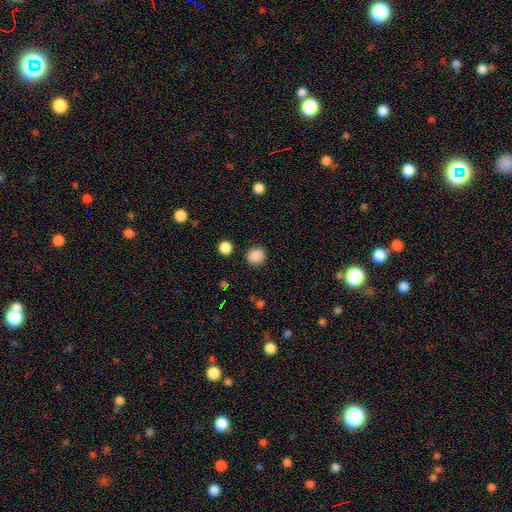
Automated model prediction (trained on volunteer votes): smooth-or-featured: smooth: 87% | star or artifact: 10% | featured or disk: 3%
  how-rounded: round: 91% | in between: 8% | cigar-shaped: 1%
  merging: none: 90% | minor disturbance: 6% | major disturbance: 2% | merger: 2%